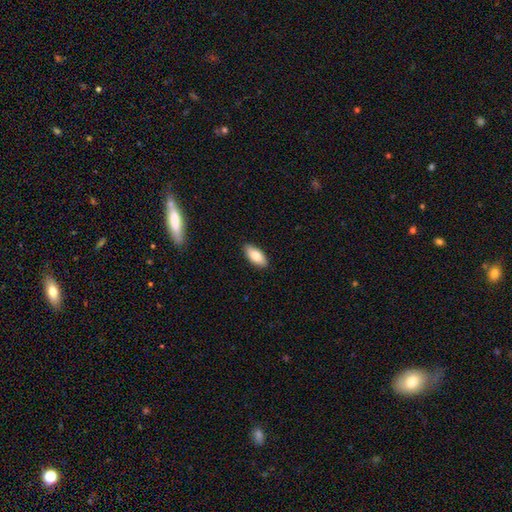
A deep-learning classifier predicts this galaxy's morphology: smooth-or-featured: smooth: 83% | featured or disk: 11% | star or artifact: 6%
  how-rounded: in between: 88% | cigar-shaped: 10% | round: 2%
  merging: none: 89% | minor disturbance: 8% | major disturbance: 2% | merger: 1%